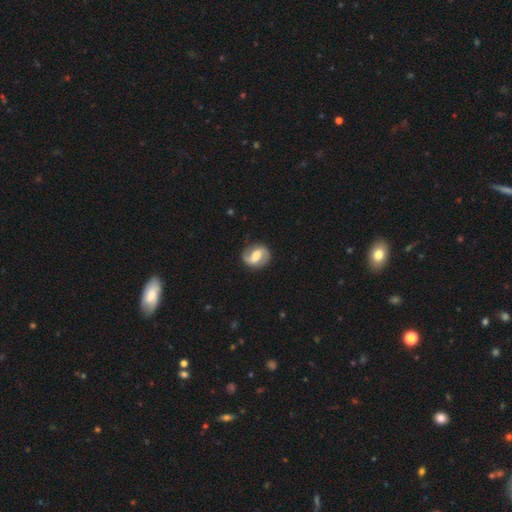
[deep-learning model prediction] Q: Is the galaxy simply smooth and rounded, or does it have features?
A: featured or disk — 78%.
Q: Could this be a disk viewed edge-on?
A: no — 97%.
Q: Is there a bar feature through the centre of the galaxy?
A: weak — 43%.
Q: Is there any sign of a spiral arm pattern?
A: yes — 91%.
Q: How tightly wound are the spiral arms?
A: medium — 45%.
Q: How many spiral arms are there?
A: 2 — 91%.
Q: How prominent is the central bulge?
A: moderate — 59%.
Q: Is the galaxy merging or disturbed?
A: none — 84%.